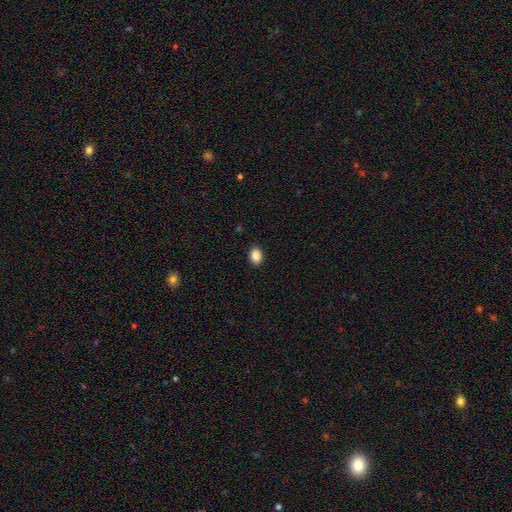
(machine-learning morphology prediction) smooth_or_featured: smooth (p=0.88) [alt: star or artifact p=0.09]
how_rounded: in between (p=0.68) [alt: round p=0.31]
merging: none (p=0.90) [alt: minor disturbance p=0.07]